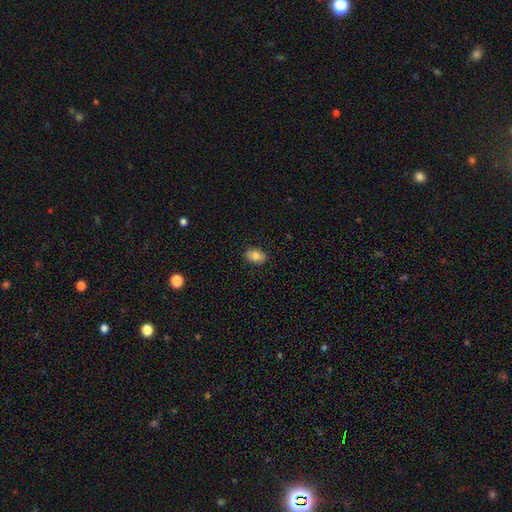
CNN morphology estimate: This is clearly a smooth galaxy (81%). How rounded: clearly in between (83%). Merging: clearly none (88%).